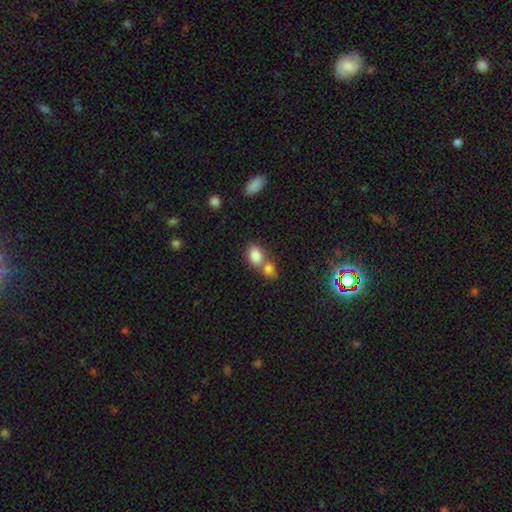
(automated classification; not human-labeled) Q: Smooth or featured?
A: smooth (84%); runner-up: star or artifact (9%)
Q: How rounded?
A: in between (72%); runner-up: round (27%)
Q: Merging?
A: merger (53%); runner-up: none (35%)